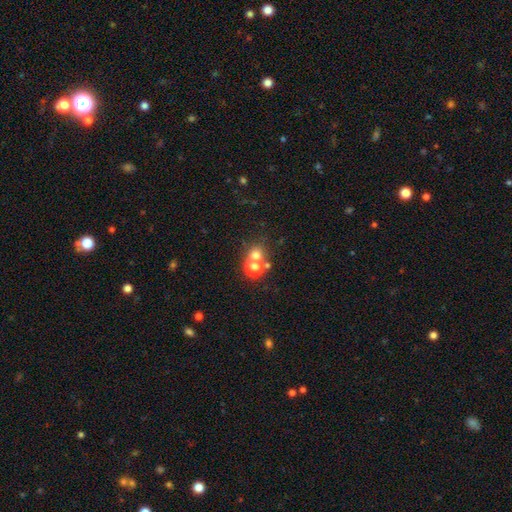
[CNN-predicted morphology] Smooth or featured? Predicted: smooth (p=0.69). How rounded? Predicted: round (p=0.84). Merging? Predicted: none (p=0.47).